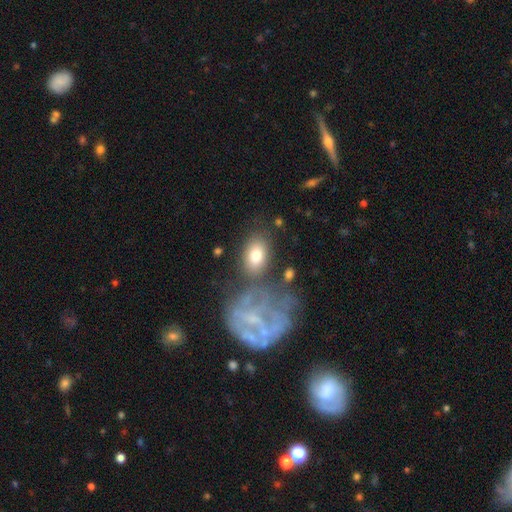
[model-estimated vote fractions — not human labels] A smooth galaxy with no disk features (74%) that is in between round and cigar-shaped (84%).

Vote fractions:
- Smooth or featured? smooth: 74% / featured or disk: 18% / star or artifact: 7%
- How rounded? in between: 84% / round: 15% / cigar-shaped: 2%
- Merging? none: 67% / minor disturbance: 15% / merger: 12% / major disturbance: 7%